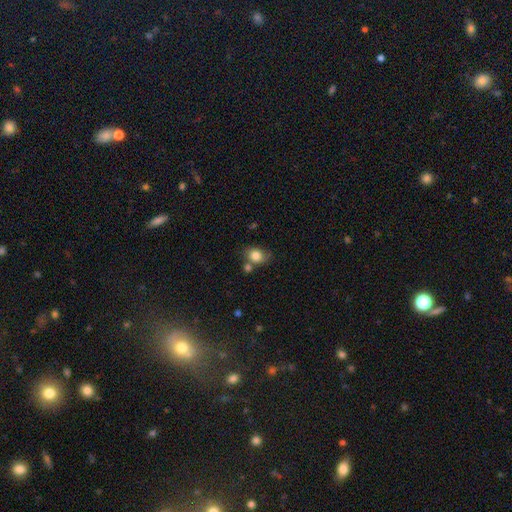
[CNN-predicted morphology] This appears to be a smooth galaxy with no disk features (81%) that is in between round and cigar-shaped (51%). Merging: none (55%).